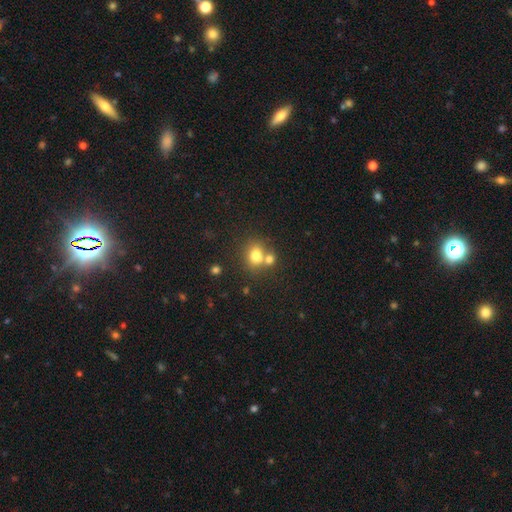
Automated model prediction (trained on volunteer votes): smooth-or-featured: smooth: 75% | star or artifact: 13% | featured or disk: 12%
  how-rounded: round: 64% | in between: 35% | cigar-shaped: 1%
  merging: none: 47% | merger: 40% | minor disturbance: 9% | major disturbance: 4%